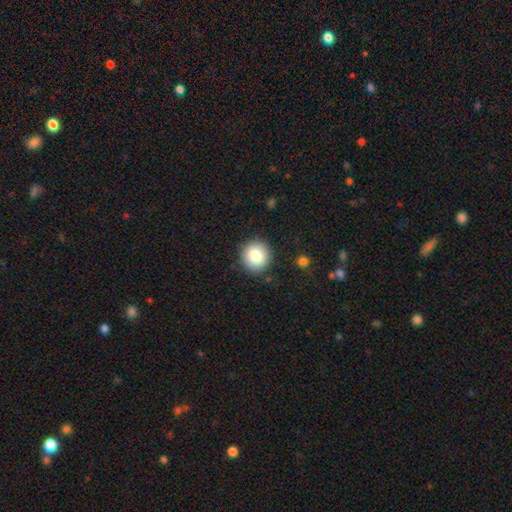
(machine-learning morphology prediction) Overall: smooth (81%). How rounded: round (93%). Merging: none (90%).